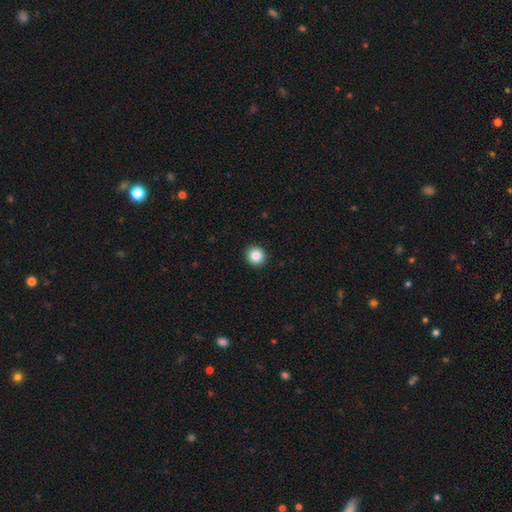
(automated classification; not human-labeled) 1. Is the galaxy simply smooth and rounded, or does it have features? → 86% smooth, 10% star or artifact, 5% featured or disk.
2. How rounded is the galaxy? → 92% round, 8% in between, 1% cigar-shaped.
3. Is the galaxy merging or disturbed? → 93% none, 4% minor disturbance, 1% major disturbance, 1% merger.